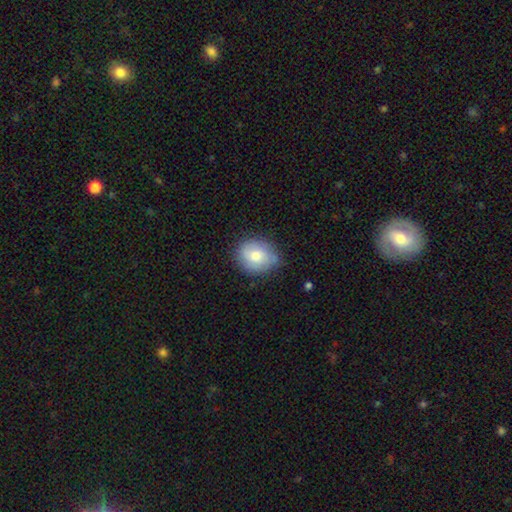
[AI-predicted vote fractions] Smooth or featured: smooth — 61% (featured or disk — 32%)
How rounded: round — 59% (in between — 40%)
Merging: none — 71% (minor disturbance — 22%)